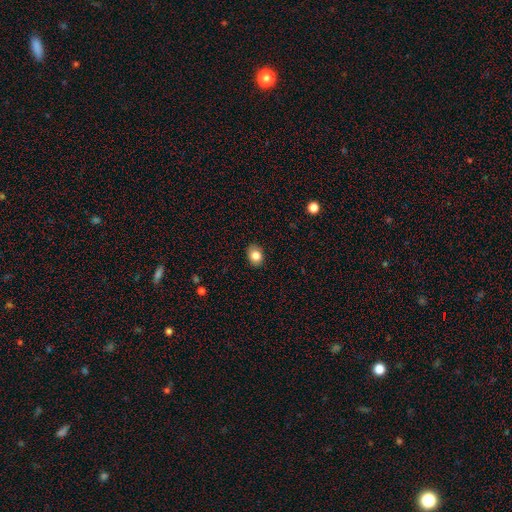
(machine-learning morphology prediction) A smooth galaxy with no disk features (84%) that is in between round and cigar-shaped (65%).

Vote fractions:
- Smooth or featured? smooth: 84% / star or artifact: 9% / featured or disk: 7%
- How rounded? in between: 65% / round: 34% / cigar-shaped: 1%
- Merging? none: 87% / minor disturbance: 10% / major disturbance: 2% / merger: 1%